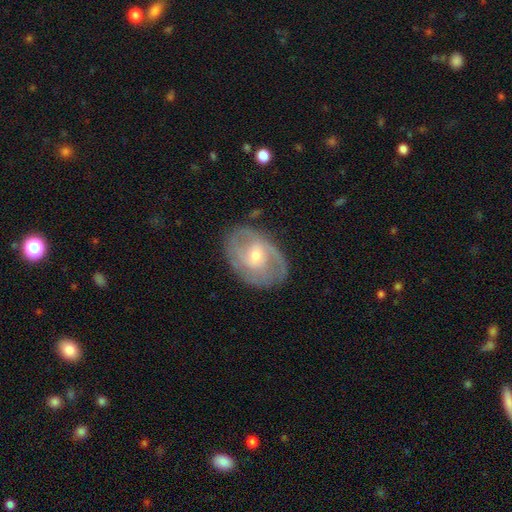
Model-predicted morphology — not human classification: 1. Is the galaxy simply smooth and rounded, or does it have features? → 76% featured or disk, 18% smooth, 6% star or artifact.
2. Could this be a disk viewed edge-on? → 96% no, 4% yes.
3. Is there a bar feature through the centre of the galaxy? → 46% no, 42% weak, 12% strong.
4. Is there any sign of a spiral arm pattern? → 86% yes, 14% no.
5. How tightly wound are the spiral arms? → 43% medium, 40% tight, 17% loose.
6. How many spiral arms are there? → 57% 2, 23% can't tell, 10% 3, 5% 1, 3% 4, 2% more than 4.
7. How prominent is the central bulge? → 50% moderate, 45% small, 2% large, 1% none, 1% dominant.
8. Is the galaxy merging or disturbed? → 76% none, 17% minor disturbance, 6% major disturbance, 1% merger.